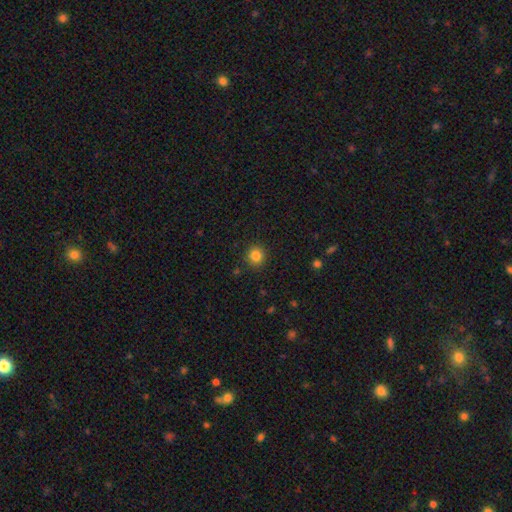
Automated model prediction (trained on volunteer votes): Smooth or featured? Predicted: smooth (p=0.84). How rounded? Predicted: round (p=0.91). Merging? Predicted: none (p=0.90).